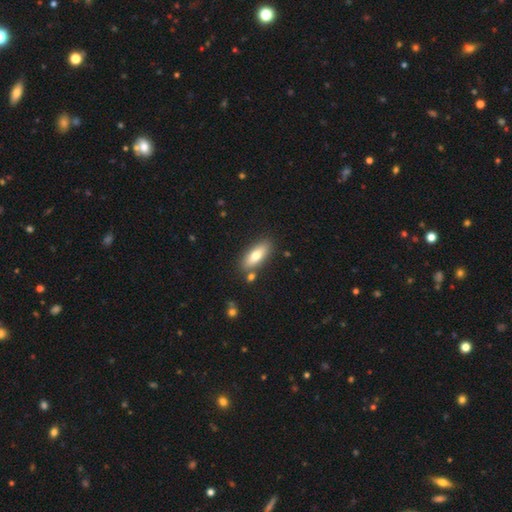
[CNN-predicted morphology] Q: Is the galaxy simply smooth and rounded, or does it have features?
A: smooth — 71%.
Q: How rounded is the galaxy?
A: in between — 70%.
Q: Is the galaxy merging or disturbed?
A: none — 81%.